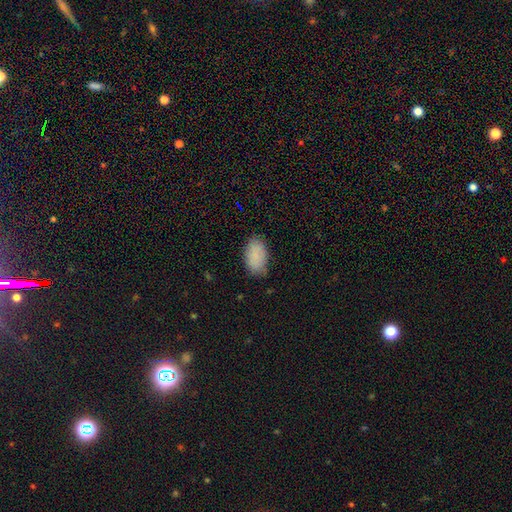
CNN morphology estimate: A smooth galaxy with no disk features (87%) that is in between round and cigar-shaped (93%). Merging: none (78%).